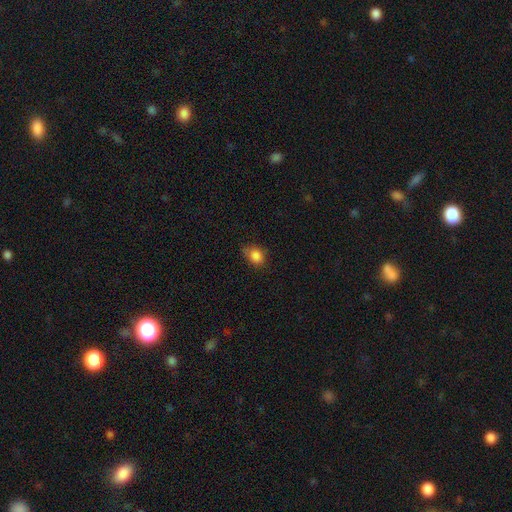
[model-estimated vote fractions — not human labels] Overall: smooth (85%). How rounded: in between (59%; round 39%). Merging: none (62%; minor disturbance 30%).